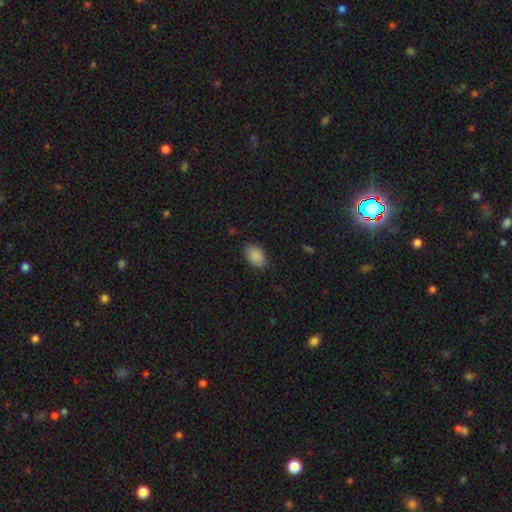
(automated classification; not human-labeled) Overall: smooth (88%). How rounded: in between (85%). Merging: none (79%).